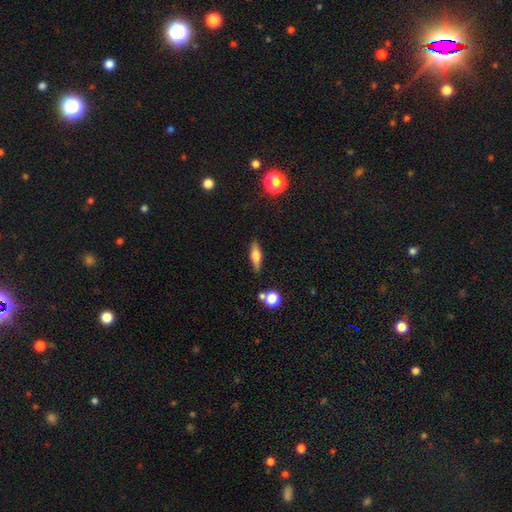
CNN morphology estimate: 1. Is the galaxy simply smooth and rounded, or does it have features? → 51% smooth, 41% featured or disk, 8% star or artifact.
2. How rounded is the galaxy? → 53% cigar-shaped, 43% in between, 4% round.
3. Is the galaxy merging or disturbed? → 83% none, 11% minor disturbance, 4% merger, 3% major disturbance.